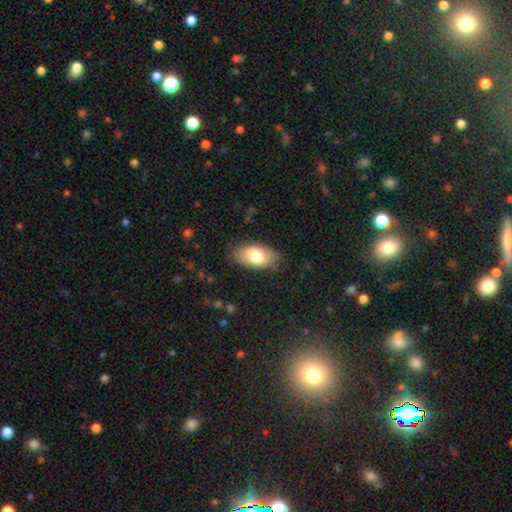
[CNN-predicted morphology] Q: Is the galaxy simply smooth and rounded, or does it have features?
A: smooth — 77%.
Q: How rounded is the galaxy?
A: in between — 94%.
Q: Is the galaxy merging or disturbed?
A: none — 82%.